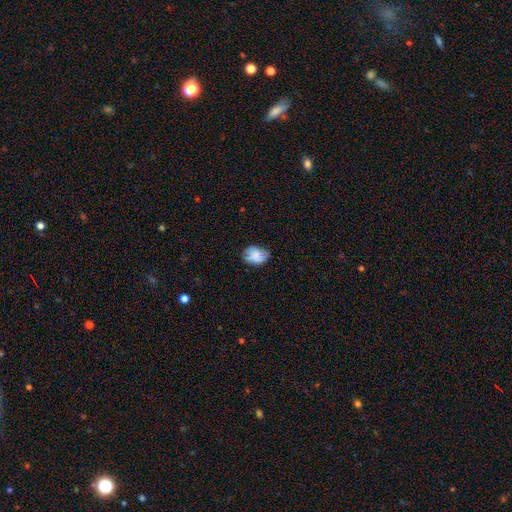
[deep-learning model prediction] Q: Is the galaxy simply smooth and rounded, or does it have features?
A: smooth — 74%.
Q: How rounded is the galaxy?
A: in between — 64%.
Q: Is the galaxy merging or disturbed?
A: none — 61%.